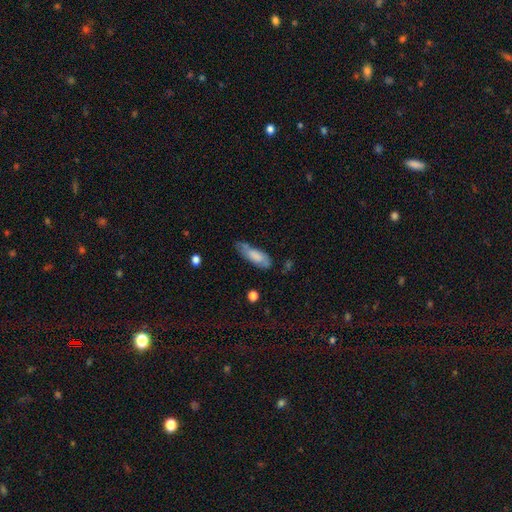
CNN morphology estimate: This appears to be a smooth galaxy with no disk features (69%) that is in between round and cigar-shaped (64%). Merging: none (47%).